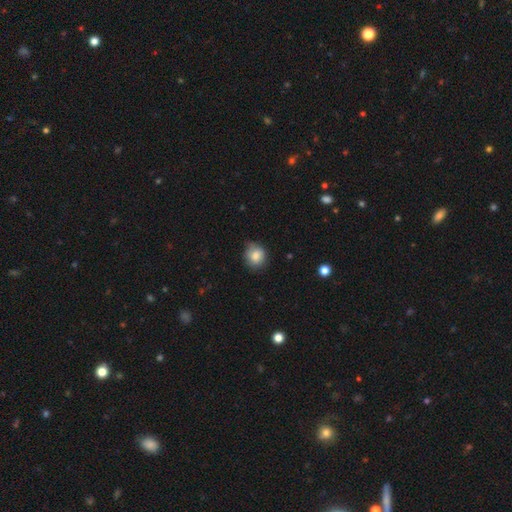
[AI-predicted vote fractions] A smooth galaxy with no disk features (81%) that is round (70%).

Vote fractions:
- Smooth or featured? smooth: 81% / featured or disk: 10% / star or artifact: 9%
- How rounded? round: 70% / in between: 29% / cigar-shaped: 1%
- Merging? none: 68% / minor disturbance: 26% / major disturbance: 4% / merger: 1%